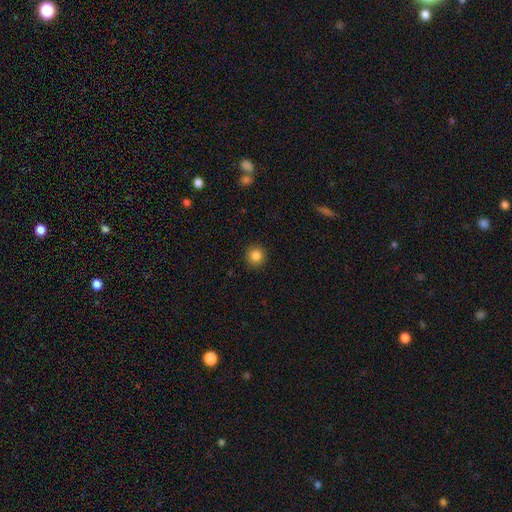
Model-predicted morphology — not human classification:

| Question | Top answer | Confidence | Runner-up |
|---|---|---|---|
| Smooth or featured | smooth | 84% | star or artifact (11%) |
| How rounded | round | 94% | in between (5%) |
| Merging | none | 92% | minor disturbance (5%) |